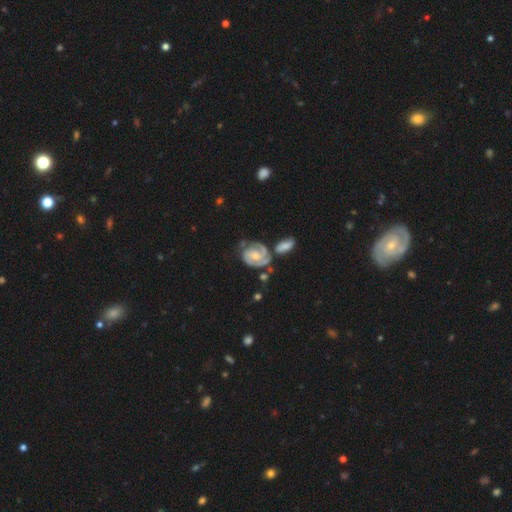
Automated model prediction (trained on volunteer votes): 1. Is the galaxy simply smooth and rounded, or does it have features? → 83% featured or disk, 12% smooth, 5% star or artifact.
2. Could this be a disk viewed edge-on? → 98% no, 2% yes.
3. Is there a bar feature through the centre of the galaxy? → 59% no, 33% weak, 8% strong.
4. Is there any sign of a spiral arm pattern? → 95% yes, 5% no.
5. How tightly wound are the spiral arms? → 65% tight, 29% medium, 6% loose.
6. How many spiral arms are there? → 69% 2, 12% can't tell, 8% 3, 7% 1, 2% 4, 2% more than 4.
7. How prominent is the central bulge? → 42% moderate, 35% small, 13% none, 9% large, 2% dominant.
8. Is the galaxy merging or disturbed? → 48% none, 22% minor disturbance, 18% merger, 12% major disturbance.